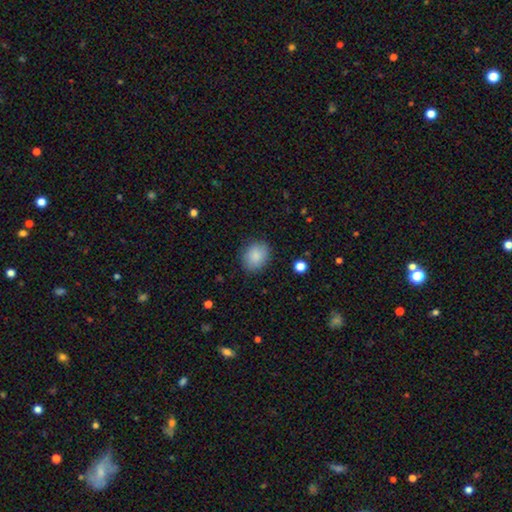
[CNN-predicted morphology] Overall: smooth (87%). How rounded: round (53%; in between 46%). Merging: none (85%).